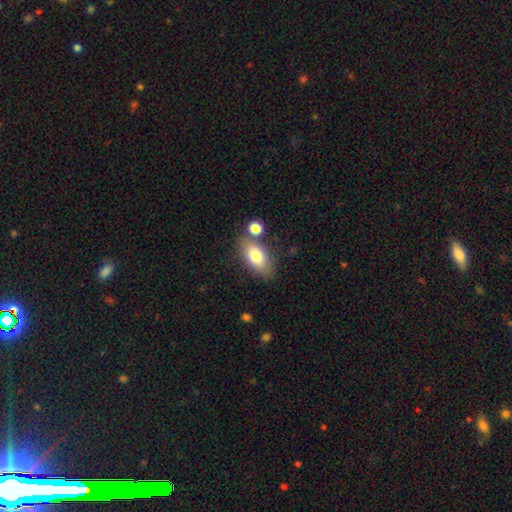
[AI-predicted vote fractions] The model was most divided on "merging": none: 68%, merger: 14%, minor disturbance: 14%, major disturbance: 4%. More confident: how rounded — in between (87%); smooth or featured — smooth (76%).